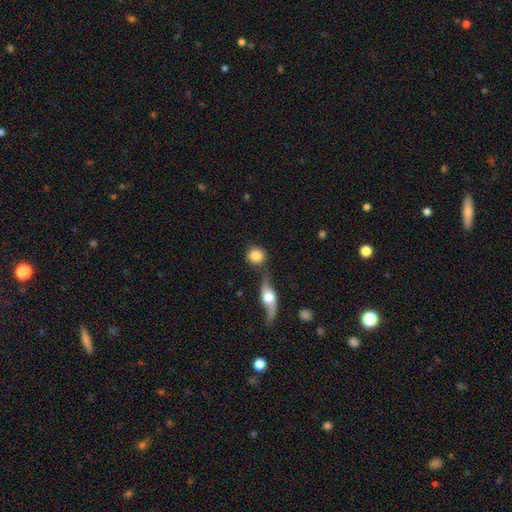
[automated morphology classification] Q: Smooth or featured?
A: smooth (81%); runner-up: featured or disk (12%)
Q: How rounded?
A: round (88%); runner-up: in between (10%)
Q: Merging?
A: none (65%); runner-up: merger (19%)